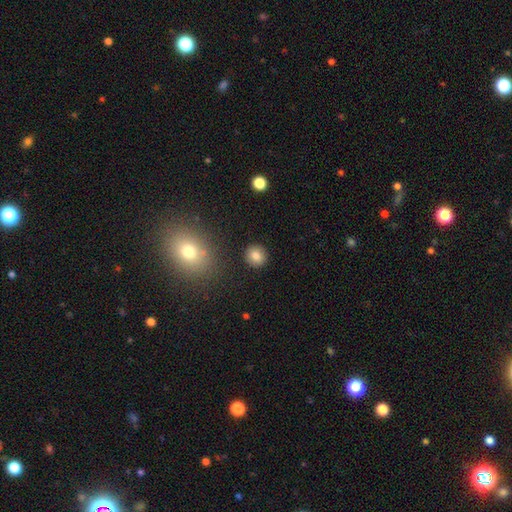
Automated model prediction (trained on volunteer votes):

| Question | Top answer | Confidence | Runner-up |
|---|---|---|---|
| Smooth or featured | smooth | 82% | star or artifact (10%) |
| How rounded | round | 87% | in between (12%) |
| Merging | none | 90% | minor disturbance (6%) |